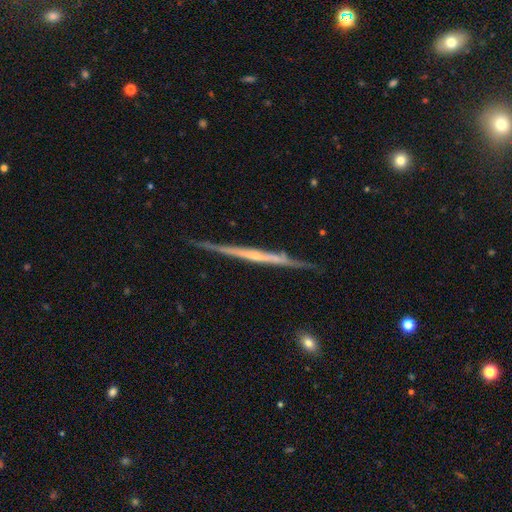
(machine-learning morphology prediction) This appears to be a featured or disk galaxy (78%) viewed edge-on (98%) with no central bulge (63%). Merging: none (84%).